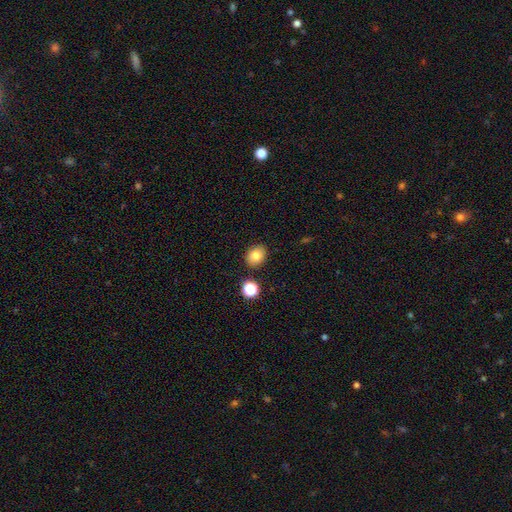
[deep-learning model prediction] Q: Smooth or featured?
A: smooth (81%); runner-up: star or artifact (12%)
Q: How rounded?
A: in between (53%); runner-up: round (46%)
Q: Merging?
A: none (86%); runner-up: minor disturbance (9%)